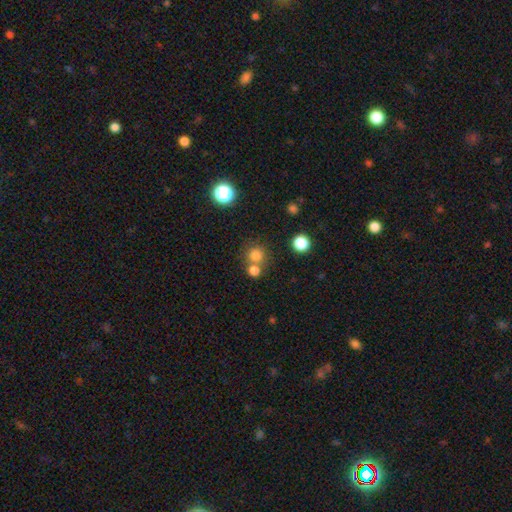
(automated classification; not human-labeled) Smooth or featured: smooth — 77% (star or artifact — 15%)
How rounded: round — 91% (in between — 8%)
Merging: none — 60% (merger — 30%)